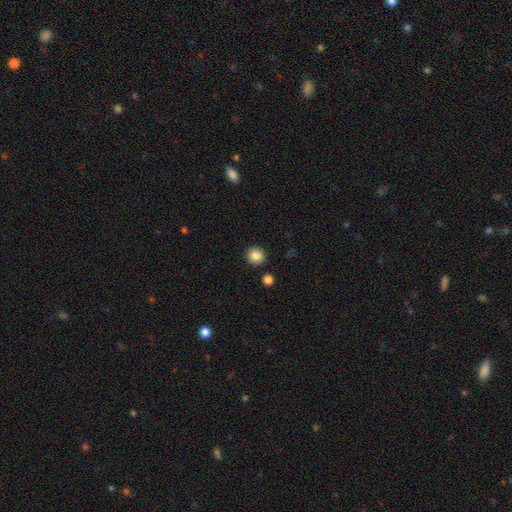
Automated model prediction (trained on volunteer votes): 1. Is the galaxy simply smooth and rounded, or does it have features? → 85% smooth, 10% star or artifact, 5% featured or disk.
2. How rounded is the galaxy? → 92% round, 7% in between, 1% cigar-shaped.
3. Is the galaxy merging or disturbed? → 91% none, 5% minor disturbance, 2% merger, 2% major disturbance.